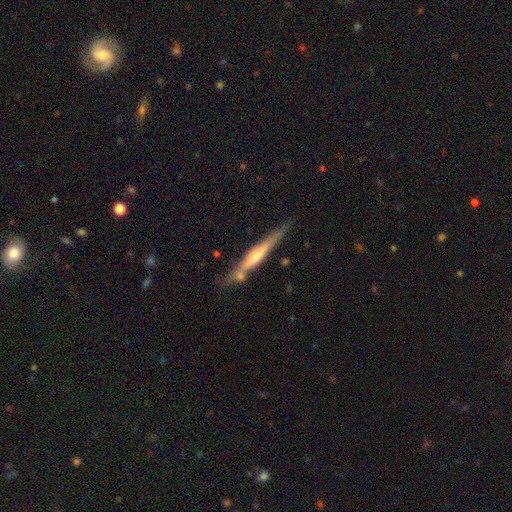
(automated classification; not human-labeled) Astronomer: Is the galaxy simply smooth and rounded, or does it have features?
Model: featured or disk — 75%.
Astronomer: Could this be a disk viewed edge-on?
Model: yes — 97%.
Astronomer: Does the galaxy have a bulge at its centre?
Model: rounded — 71%.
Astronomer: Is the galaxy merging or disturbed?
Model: none — 79%.